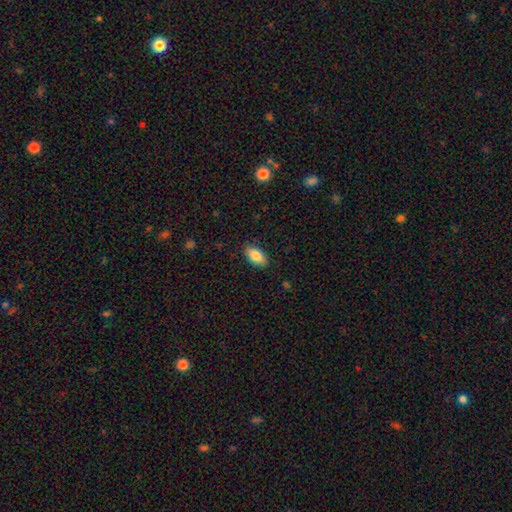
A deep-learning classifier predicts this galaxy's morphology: smooth-or-featured: smooth: 83% | featured or disk: 10% | star or artifact: 7%
  how-rounded: in between: 92% | cigar-shaped: 5% | round: 3%
  merging: none: 87% | minor disturbance: 10% | major disturbance: 2% | merger: 1%